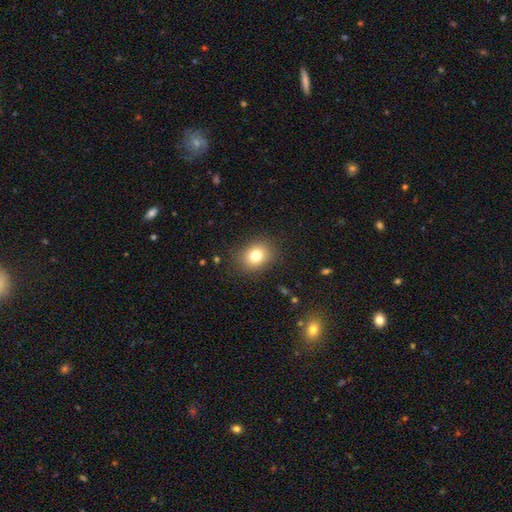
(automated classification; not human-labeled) Morphology: type=smooth (79%); roundness=round (55%); merging=none (86%).